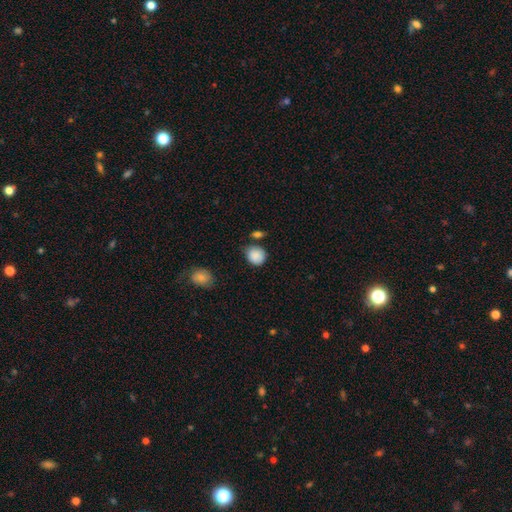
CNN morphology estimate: Smooth or featured: smooth — 88% (star or artifact — 8%)
How rounded: round — 71% (in between — 28%)
Merging: none — 63% (minor disturbance — 26%)